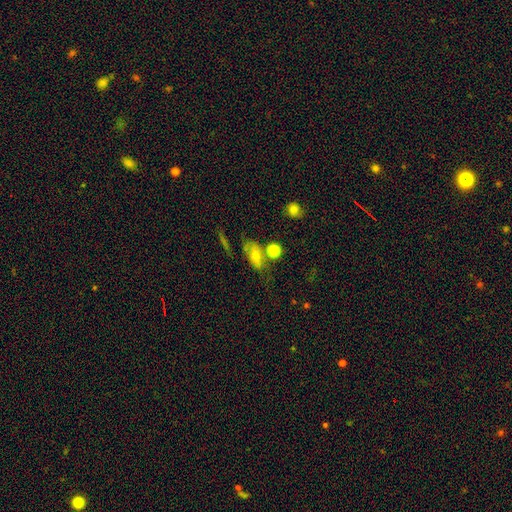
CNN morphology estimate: smooth_or_featured: smooth (p=0.62) [alt: featured or disk p=0.25]
how_rounded: in between (p=0.74) [alt: round p=0.17]
merging: none (p=0.46) [alt: merger p=0.21]